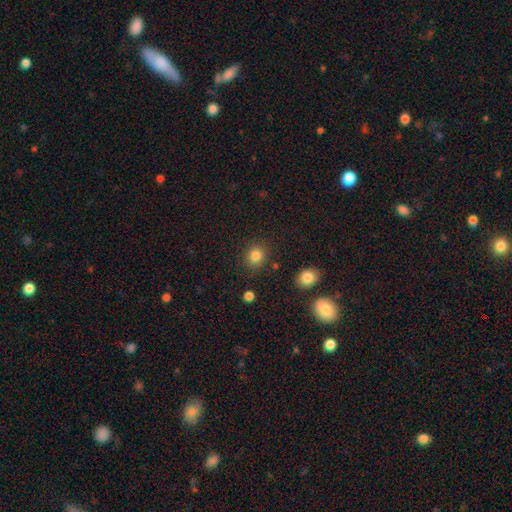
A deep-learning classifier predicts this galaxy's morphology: Smooth or featured?
  - smooth: 84% *
  - star or artifact: 11%
  - featured or disk: 5%
How rounded?
  - round: 76% *
  - in between: 23%
  - cigar-shaped: 1%
Merging?
  - none: 86% *
  - minor disturbance: 8%
  - major disturbance: 3%
  - merger: 3%